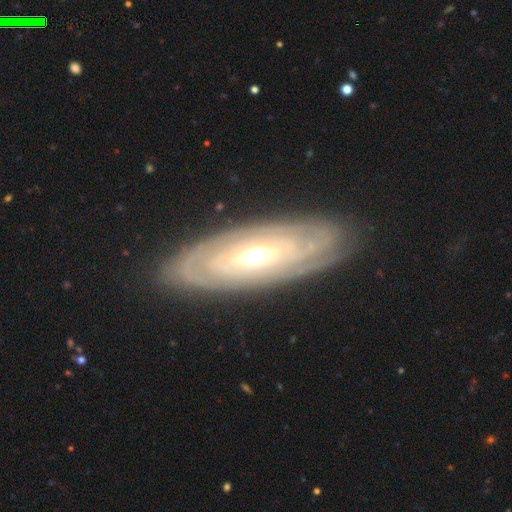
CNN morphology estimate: Q: Smooth or featured?
A: featured or disk (82%); runner-up: smooth (13%)
Q: Edge-on disk?
A: no (85%); runner-up: yes (15%)
Q: Bar?
A: no (61%); runner-up: weak (26%)
Q: Spiral arms?
A: yes (84%); runner-up: no (16%)
Q: Spiral winding?
A: tight (82%); runner-up: medium (14%)
Q: Spiral arm count?
A: can't tell (56%); runner-up: 2 (15%)
Q: Bulge size?
A: moderate (66%); runner-up: small (26%)
Q: Merging?
A: none (84%); runner-up: minor disturbance (11%)